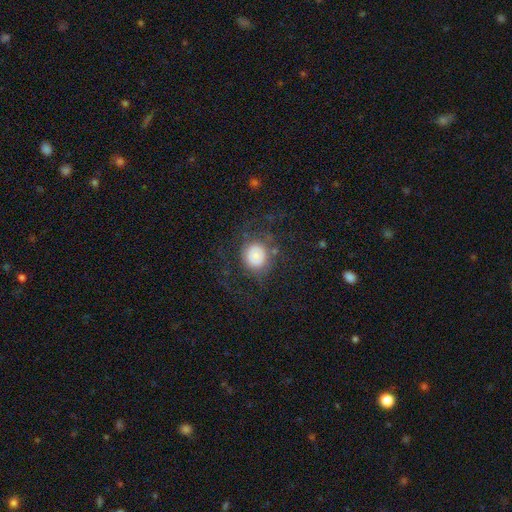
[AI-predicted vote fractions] This appears to be a smooth galaxy with no disk features (66%) that is round (85%). Merging: none (66%).